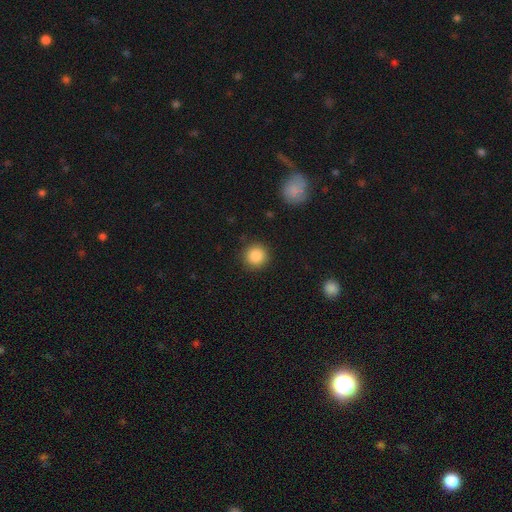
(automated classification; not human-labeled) Smooth or featured? smooth (87%)
How rounded? round (94%)
Merging? none (91%)